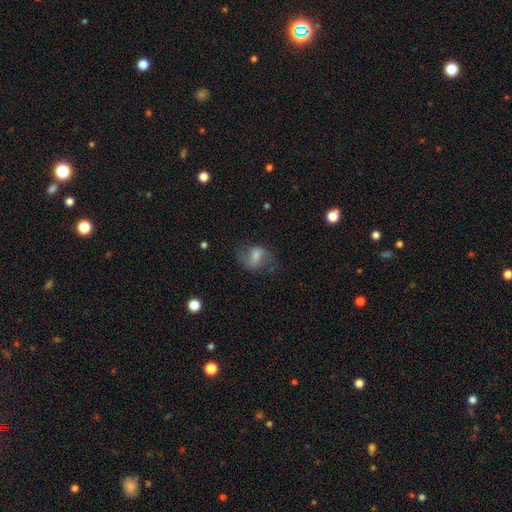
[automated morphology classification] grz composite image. It shows a smooth galaxy with no disk features (50%). Merging: none (57%).